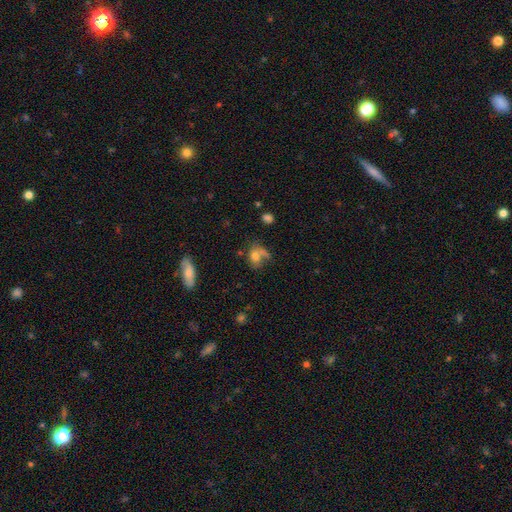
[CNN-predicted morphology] The model was most divided on "how rounded": in between: 55%, round: 43%, cigar-shaped: 3%. Remaining: smooth or featured — smooth (64%); merging — none (37%).